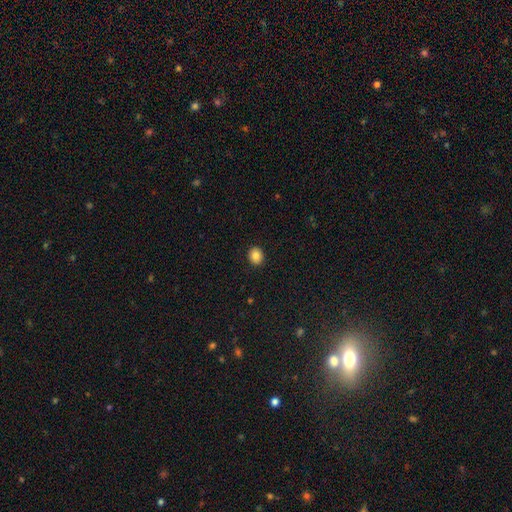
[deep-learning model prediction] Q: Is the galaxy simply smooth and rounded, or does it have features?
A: smooth — 84%.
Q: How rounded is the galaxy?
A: round — 72%.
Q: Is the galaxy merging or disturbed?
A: none — 92%.